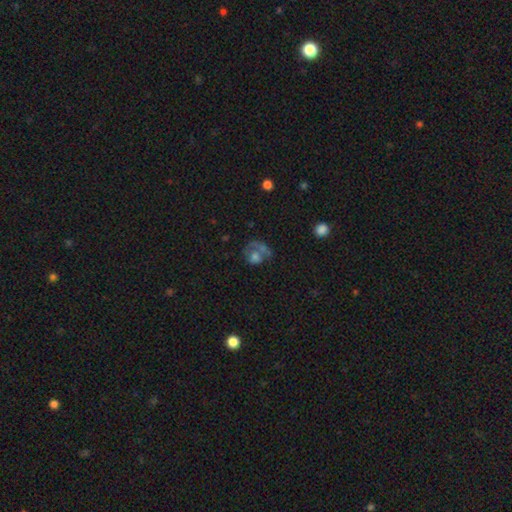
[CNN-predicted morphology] Smooth or featured? smooth (45%)
Merging? none (36%)